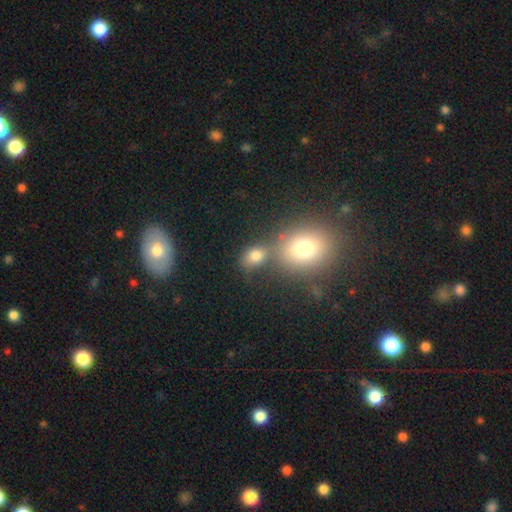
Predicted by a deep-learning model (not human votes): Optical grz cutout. It shows a smooth galaxy with no disk features (75%) that is in between round and cigar-shaped (54%). Merging: none (49%).